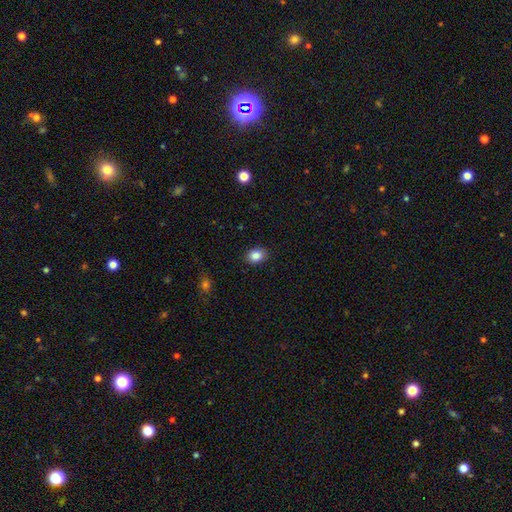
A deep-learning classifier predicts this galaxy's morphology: A smooth galaxy with no disk features (85%) that is in between round and cigar-shaped (55%). Merging: none (89%).